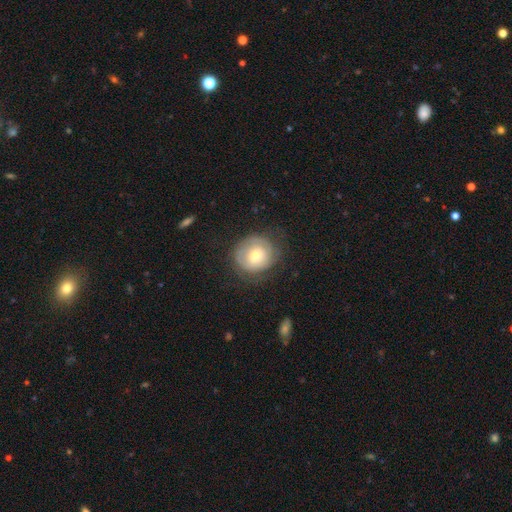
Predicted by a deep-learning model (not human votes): This is possibly a featured or disk galaxy (50%). It is clearly not viewed edge-on (97%). Merging: likely none (68%).